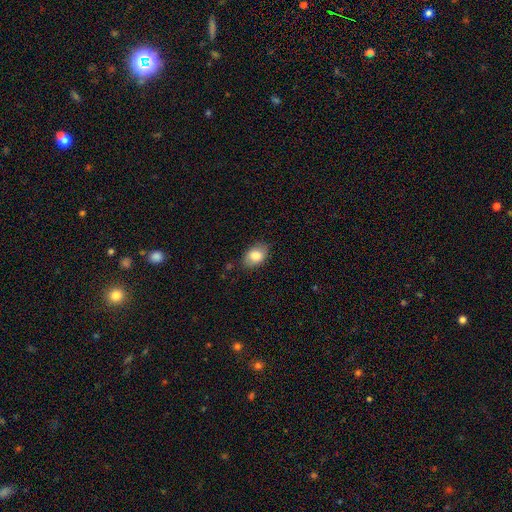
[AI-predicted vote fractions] The model was most divided on "how rounded": in between: 83%, round: 16%, cigar-shaped: 1%. More confident: merging — none (82%); smooth or featured — smooth (80%).